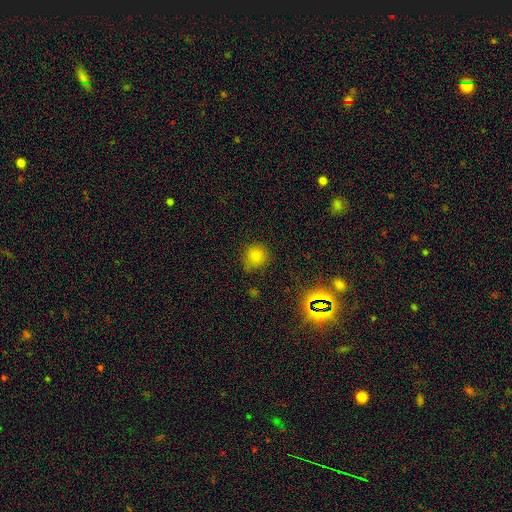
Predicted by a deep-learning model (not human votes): smooth_or_featured: smooth (p=0.76) [alt: star or artifact p=0.17]
how_rounded: round (p=0.88) [alt: in between p=0.11]
merging: none (p=0.74) [alt: minor disturbance p=0.18]